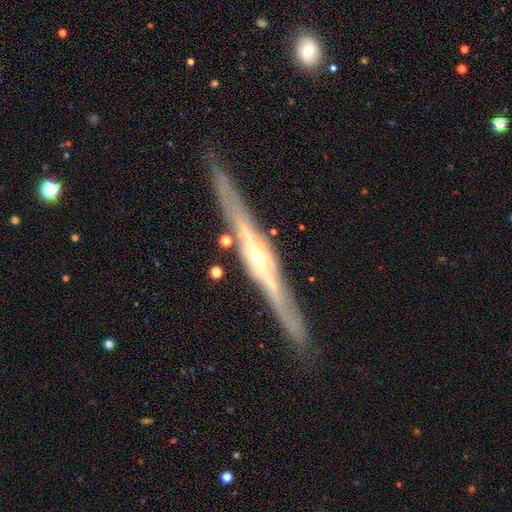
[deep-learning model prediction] Smooth or featured: featured or disk — 86% (smooth — 8%)
Edge-on disk: yes — 97% (no — 3%)
Edge-on bulge: rounded — 70% (none — 19%)
Merging: none — 89% (minor disturbance — 7%)